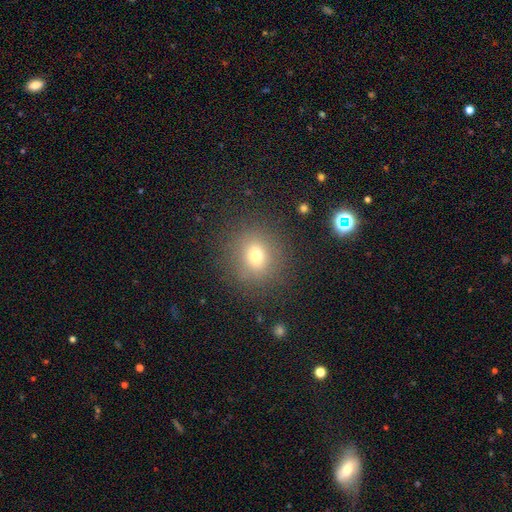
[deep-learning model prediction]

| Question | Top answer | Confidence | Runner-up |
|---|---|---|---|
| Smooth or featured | smooth | 72% | star or artifact (17%) |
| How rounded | round | 79% | in between (20%) |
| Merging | none | 86% | minor disturbance (8%) |